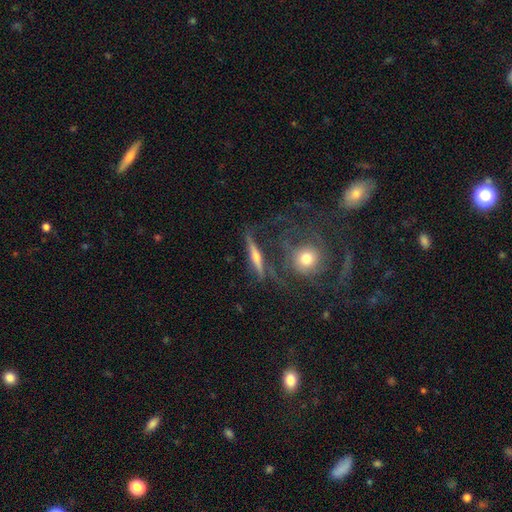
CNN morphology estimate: A featured or disk galaxy (68%) viewed edge-on (87%) with a rounded central bulge (85%).

Vote fractions:
- Smooth or featured? featured or disk: 68% / smooth: 23% / star or artifact: 9%
- Edge-on disk? yes: 87% / no: 13%
- Edge-on bulge? rounded: 85% / none: 10% / boxy: 5%
- Merging? none: 68% / minor disturbance: 15% / merger: 9% / major disturbance: 8%